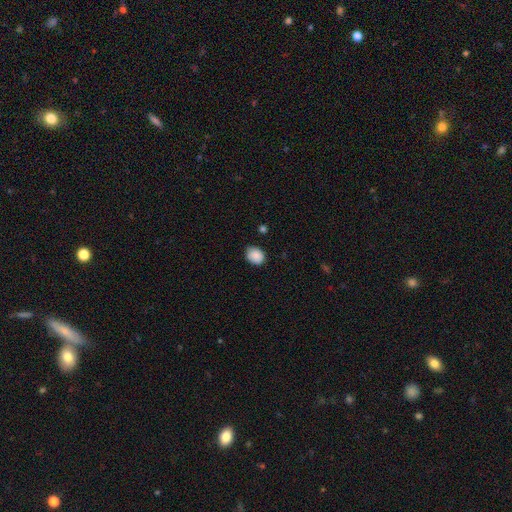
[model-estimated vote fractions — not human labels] Smooth or featured? Predicted: smooth (p=0.88). How rounded? Predicted: round (p=0.54). Merging? Predicted: none (p=0.77).